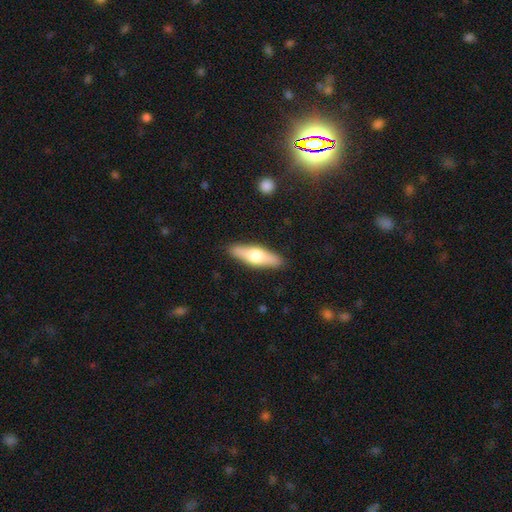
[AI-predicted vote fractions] Morphology: type=smooth (52%); roundness=cigar-shaped (61%); merging=none (89%).